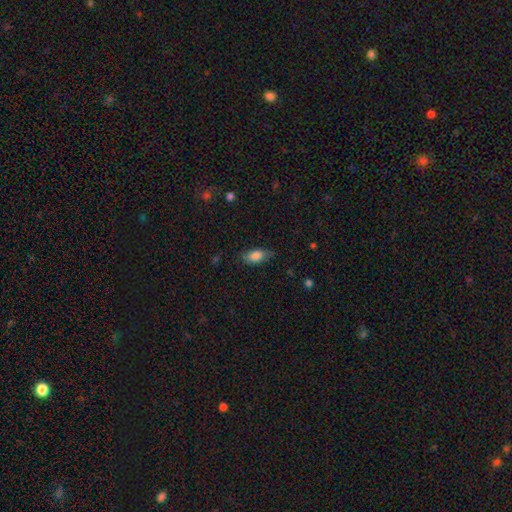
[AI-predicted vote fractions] Smooth or featured? smooth (81%)
How rounded? in between (87%)
Merging? none (72%)